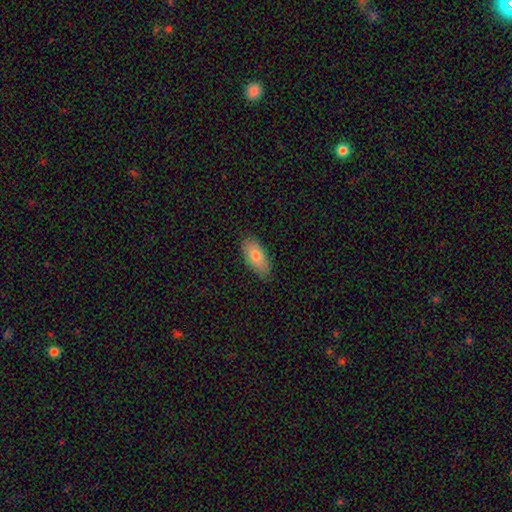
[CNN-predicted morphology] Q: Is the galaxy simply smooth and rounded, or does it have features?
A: smooth — 78%.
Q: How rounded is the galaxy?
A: in between — 88%.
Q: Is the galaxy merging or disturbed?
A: none — 83%.